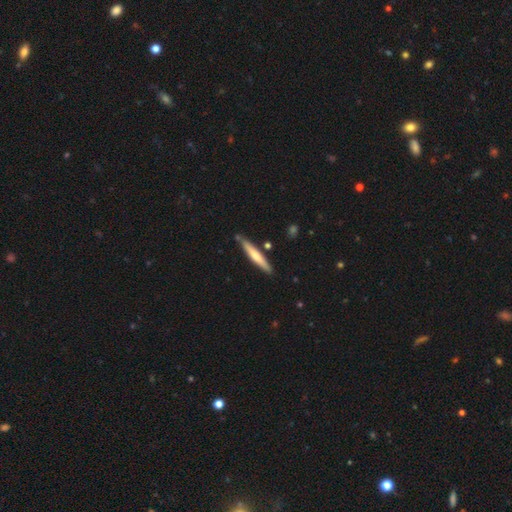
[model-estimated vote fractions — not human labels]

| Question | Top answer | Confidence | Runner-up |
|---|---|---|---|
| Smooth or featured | smooth | 53% | featured or disk (42%) |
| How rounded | cigar-shaped | 93% | in between (6%) |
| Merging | none | 82% | minor disturbance (11%) |